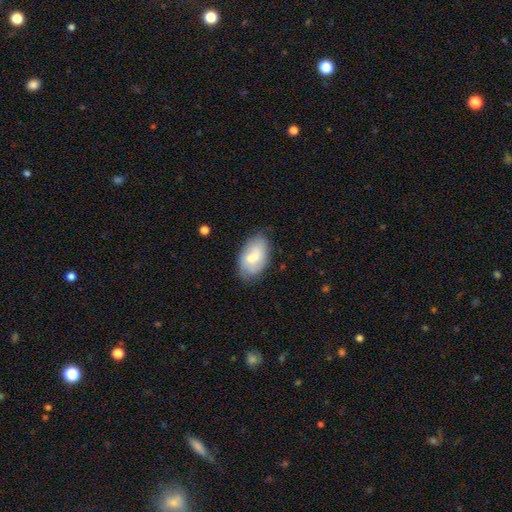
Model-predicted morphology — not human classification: This is possibly a smooth galaxy (58%). How rounded: clearly in between (92%). Merging: likely none (70%).